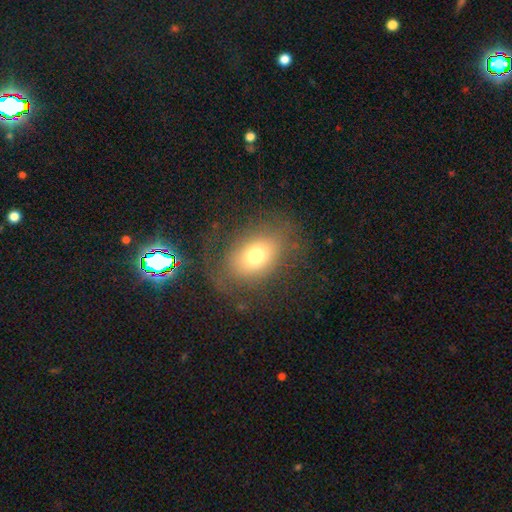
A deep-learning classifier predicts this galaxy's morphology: type=smooth (68%); roundness=in between (68%); merging=none (68%).